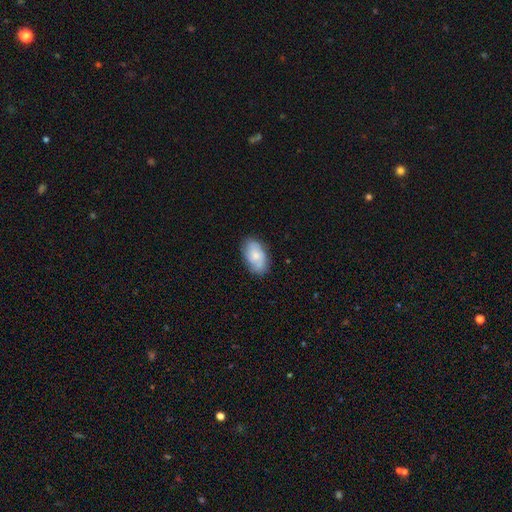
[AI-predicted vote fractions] Morphology: type=smooth (67%); roundness=in between (92%); merging=none (77%).